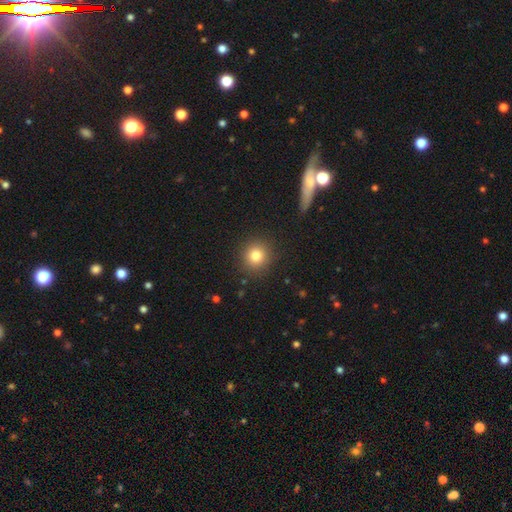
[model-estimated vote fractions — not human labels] Smooth or featured? smooth (81%)
How rounded? round (91%)
Merging? none (89%)